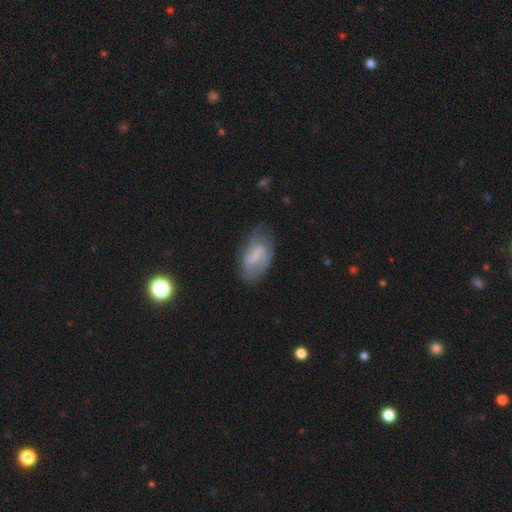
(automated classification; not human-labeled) Smooth or featured: featured or disk — 62% (smooth — 30%)
Edge-on disk: no — 95% (yes — 5%)
Bar: weak — 49% (strong — 32%)
Spiral arms: yes — 79% (no — 21%)
Bulge size: none — 45% (small — 31%)
Merging: none — 62% (minor disturbance — 25%)